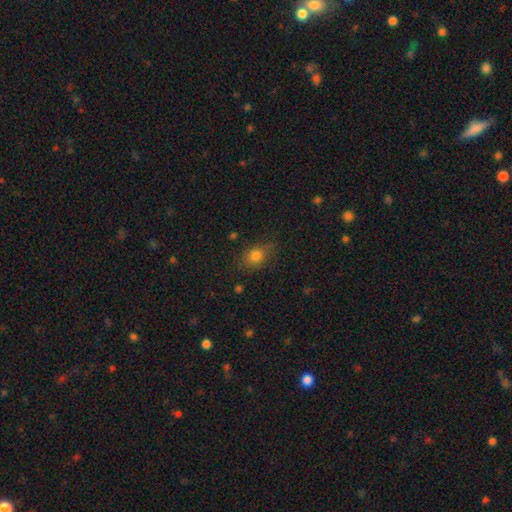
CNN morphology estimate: A smooth galaxy with no disk features (79%) that is in between round and cigar-shaped (52%).

Vote fractions:
- Smooth or featured? smooth: 79% / star or artifact: 12% / featured or disk: 9%
- How rounded? in between: 52% / round: 46% / cigar-shaped: 2%
- Merging? none: 73% / minor disturbance: 20% / major disturbance: 6% / merger: 2%